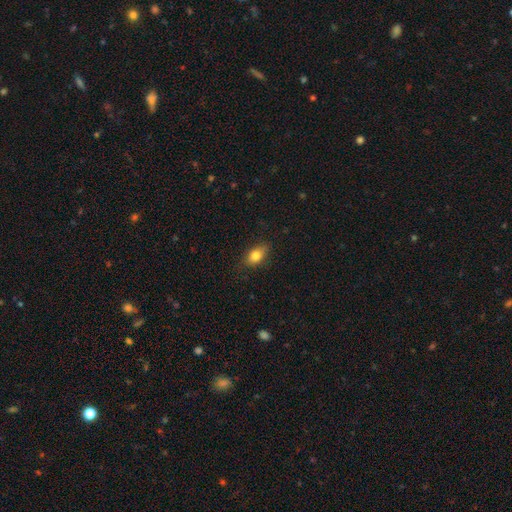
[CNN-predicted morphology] The model was most divided on "merging": none: 79%, minor disturbance: 17%, major disturbance: 3%, merger: 1%. More confident: how rounded — in between (82%); smooth or featured — smooth (80%).